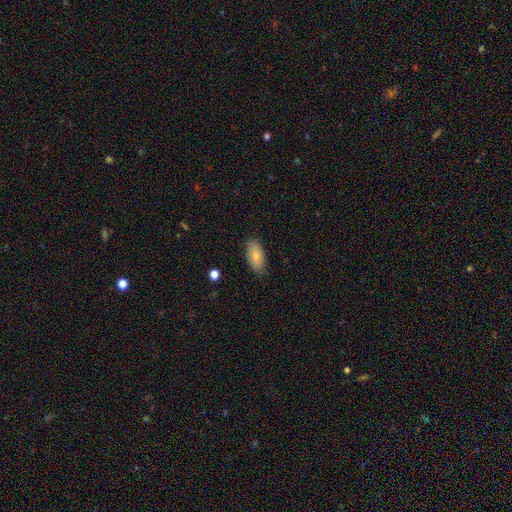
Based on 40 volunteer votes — A smooth galaxy with no disk features (82%) that is in between round and cigar-shaped (85%).

Vote fractions:
- Smooth or featured? smooth: 82% / featured or disk: 10% / star or artifact: 8%
- How rounded? in between: 85% / cigar-shaped: 12% / round: 3%
- Merging? none: 84% / minor disturbance: 8% / major disturbance: 5% / merger: 3%